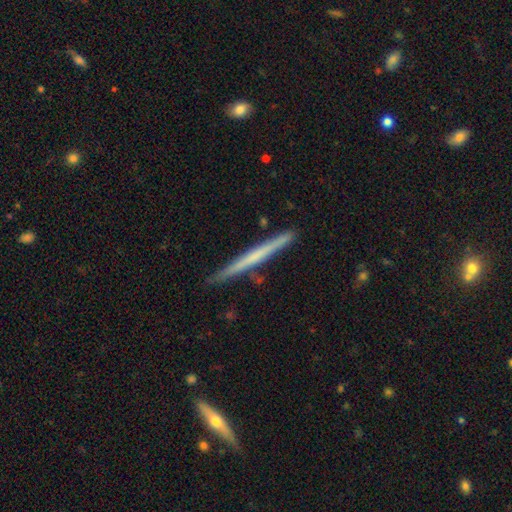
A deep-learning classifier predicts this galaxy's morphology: Smooth or featured: featured or disk — 52% (smooth — 43%)
Edge-on disk: yes — 98% (no — 2%)
Edge-on bulge: none — 83% (rounded — 12%)
Merging: none — 88% (minor disturbance — 9%)